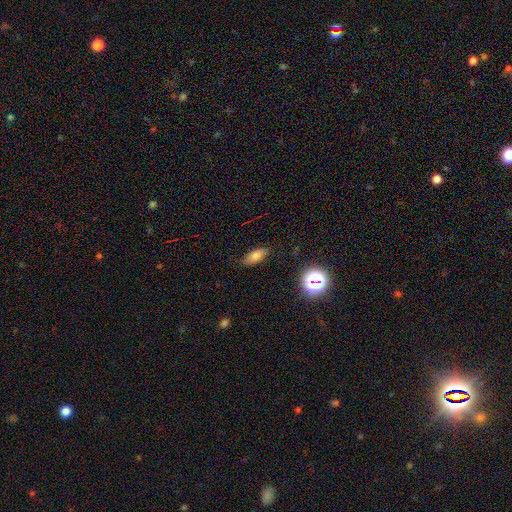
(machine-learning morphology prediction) This is likely a smooth galaxy (73%). How rounded: likely in between (80%). Merging: clearly none (81%).